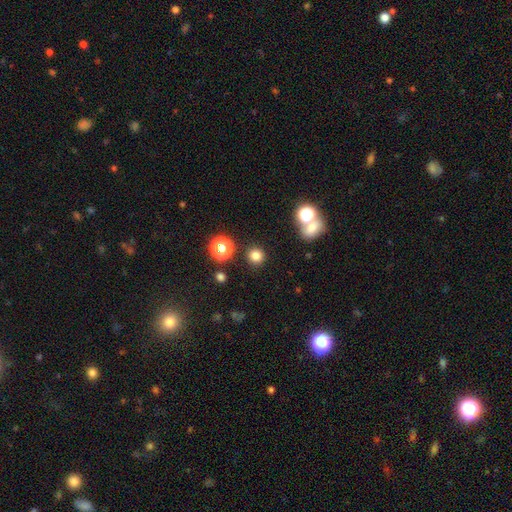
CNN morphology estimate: This is likely a smooth galaxy (78%). How rounded: clearly round (92%). Merging: clearly none (87%).